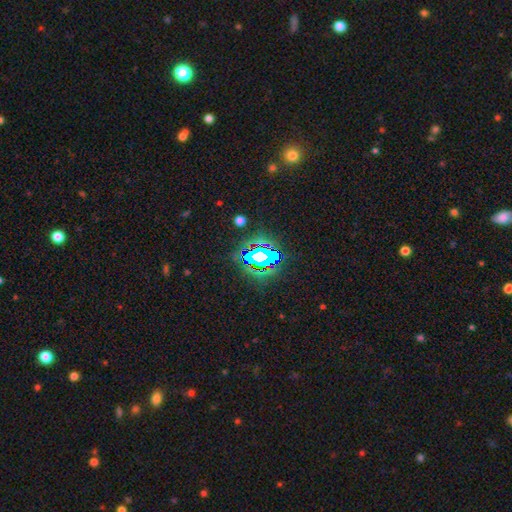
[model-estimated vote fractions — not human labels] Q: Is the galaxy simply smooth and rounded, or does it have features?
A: star or artifact — 78%.